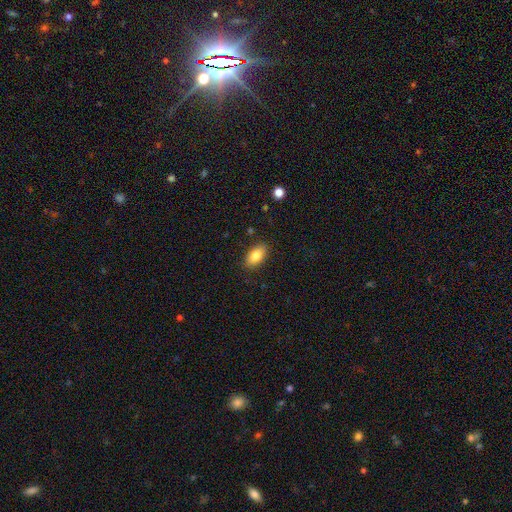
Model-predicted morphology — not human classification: Q: Smooth or featured?
A: smooth (83%); runner-up: featured or disk (9%)
Q: How rounded?
A: in between (91%); runner-up: round (5%)
Q: Merging?
A: none (86%); runner-up: minor disturbance (11%)